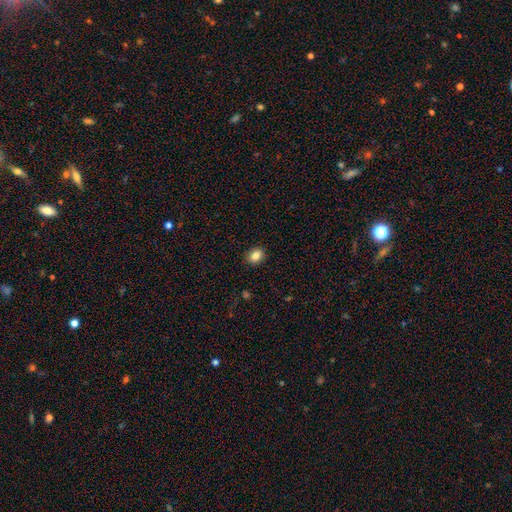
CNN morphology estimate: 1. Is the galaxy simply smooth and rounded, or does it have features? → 84% smooth, 10% star or artifact, 6% featured or disk.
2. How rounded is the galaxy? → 55% round, 44% in between, 1% cigar-shaped.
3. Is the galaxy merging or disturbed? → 90% none, 7% minor disturbance, 2% major disturbance, 1% merger.